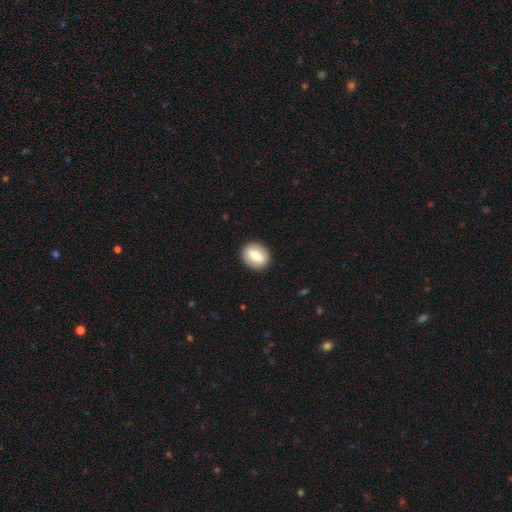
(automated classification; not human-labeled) smooth-or-featured: smooth: 68% | featured or disk: 25% | star or artifact: 7%
  how-rounded: round: 60% | in between: 38% | cigar-shaped: 1%
  merging: none: 90% | minor disturbance: 7% | major disturbance: 2% | merger: 1%